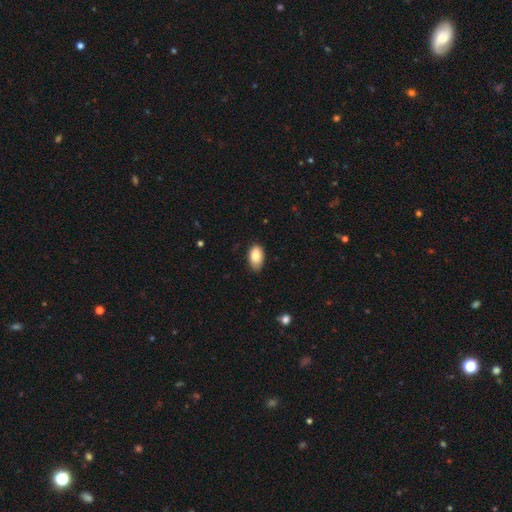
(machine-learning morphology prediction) Smooth or featured? smooth (85%)
How rounded? in between (93%)
Merging? none (76%)